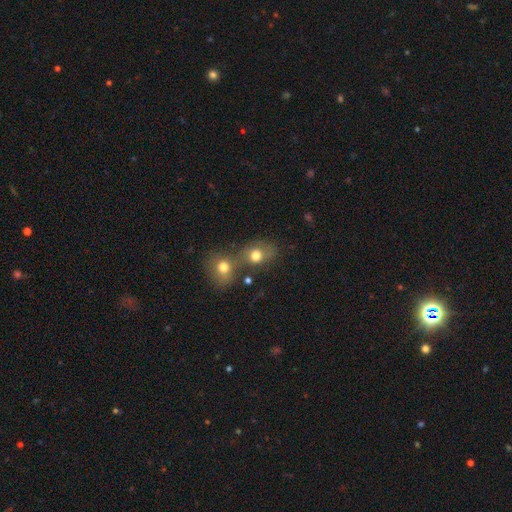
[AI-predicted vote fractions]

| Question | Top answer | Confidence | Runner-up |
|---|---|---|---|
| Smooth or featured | smooth | 75% | featured or disk (13%) |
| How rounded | round | 55% | in between (44%) |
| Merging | merger | 53% | none (32%) |